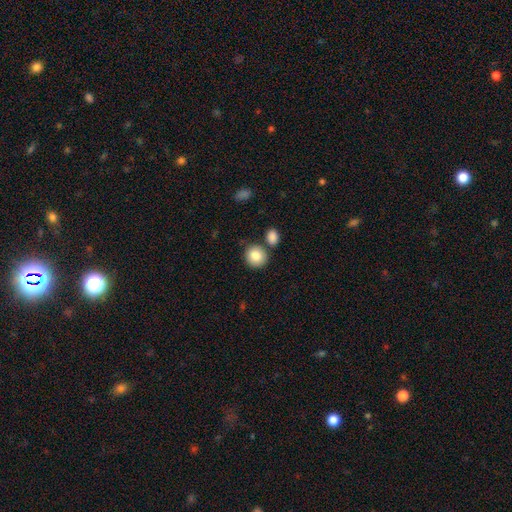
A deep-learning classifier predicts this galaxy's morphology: smooth 85%, star or artifact 8%, featured or disk 7%. Down the decision tree: how rounded — round (86%); merging — none (74%).